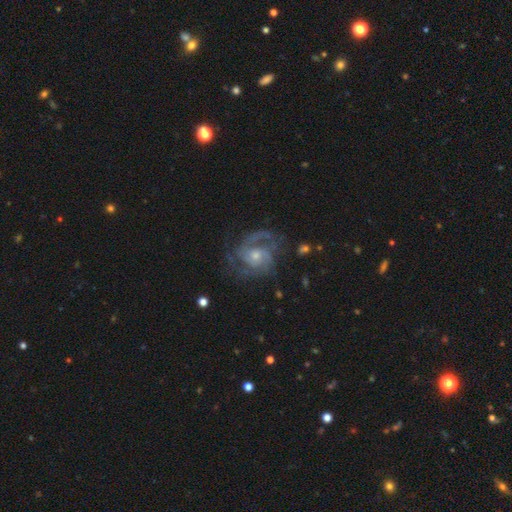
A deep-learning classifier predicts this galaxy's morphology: This is clearly a featured or disk galaxy (88%). It is clearly not viewed edge-on (98%). Bar: likely no (63%). Spiral arm pattern: clearly yes (97%). Spiral arm count: possibly 2 (49%). Spiral winding: possibly medium (49%). Central bulge: possibly small (51%). Merging: likely none (70%).